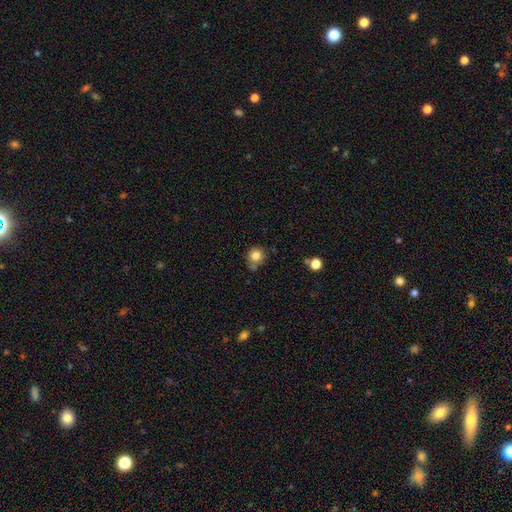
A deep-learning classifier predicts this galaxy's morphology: smooth_or_featured: smooth (p=0.82) [alt: star or artifact p=0.11]
how_rounded: round (p=0.85) [alt: in between p=0.14]
merging: none (p=0.62) [alt: minor disturbance p=0.21]